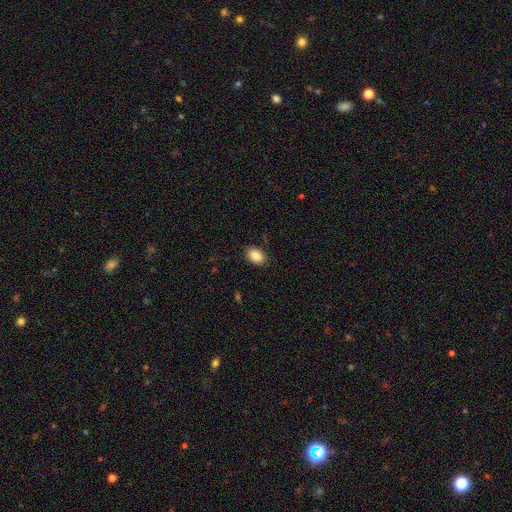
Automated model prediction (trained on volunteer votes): smooth-or-featured: smooth: 88% | star or artifact: 8% | featured or disk: 4%
  how-rounded: in between: 78% | round: 21% | cigar-shaped: 1%
  merging: none: 87% | minor disturbance: 10% | major disturbance: 2% | merger: 1%